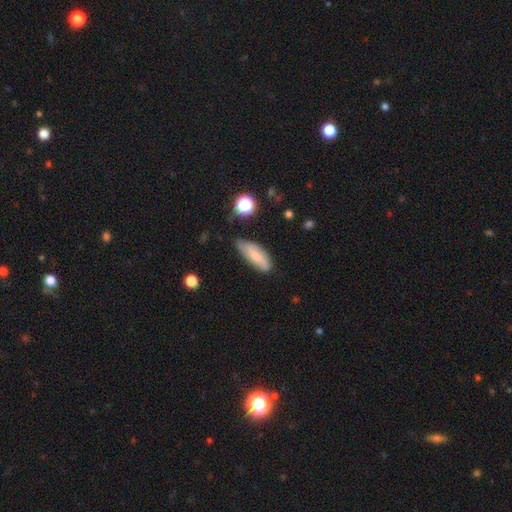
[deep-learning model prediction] Smooth or featured? smooth (74%)
How rounded? in between (68%)
Merging? none (61%)